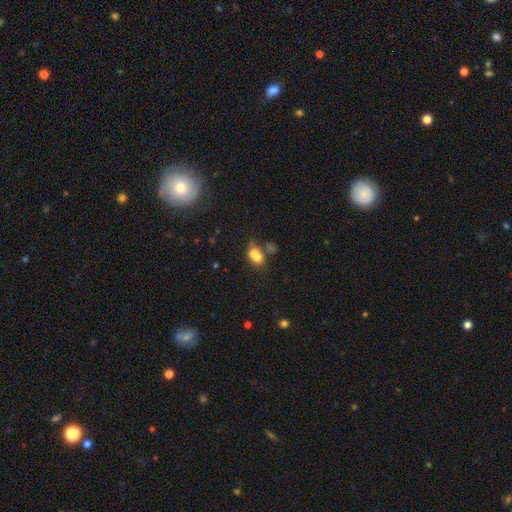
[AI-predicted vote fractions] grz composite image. It shows a smooth galaxy with no disk features (67%) that is in between round and cigar-shaped (64%). Merging: merger (53%).